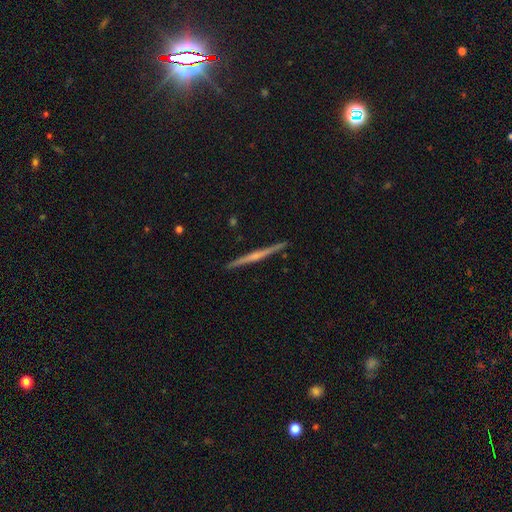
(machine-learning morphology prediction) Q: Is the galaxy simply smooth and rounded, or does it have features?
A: featured or disk — 69%.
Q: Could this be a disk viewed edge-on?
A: yes — 98%.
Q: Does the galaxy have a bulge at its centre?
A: none — 48%.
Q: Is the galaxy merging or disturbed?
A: none — 92%.